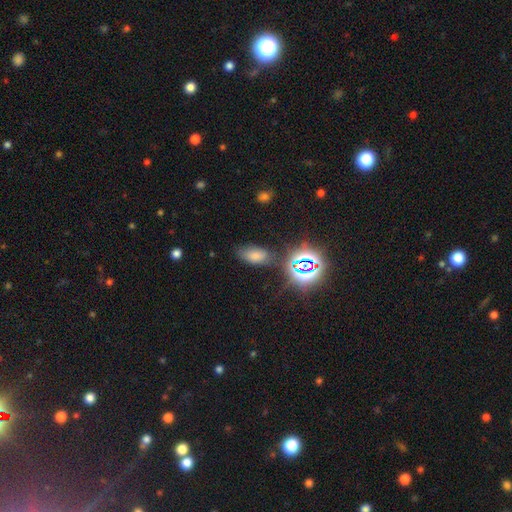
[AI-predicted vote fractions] smooth 55%, star or artifact 35%, featured or disk 10%. Down the decision tree: how rounded — in between (88%); merging — none (75%).